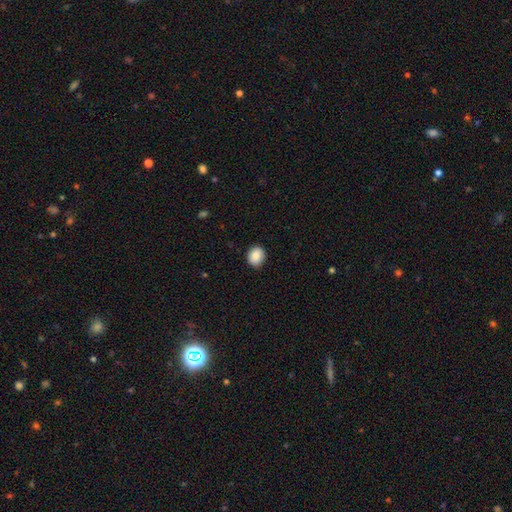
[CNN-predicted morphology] smooth-or-featured: smooth: 87% | star or artifact: 8% | featured or disk: 5%
  how-rounded: round: 69% | in between: 30% | cigar-shaped: 1%
  merging: none: 87% | minor disturbance: 10% | major disturbance: 2% | merger: 1%